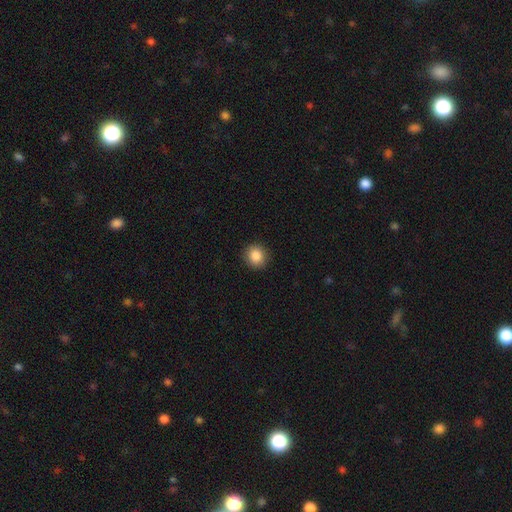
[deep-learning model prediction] Smooth or featured: smooth — 87% (star or artifact — 9%)
How rounded: round — 87% (in between — 12%)
Merging: none — 91% (minor disturbance — 7%)